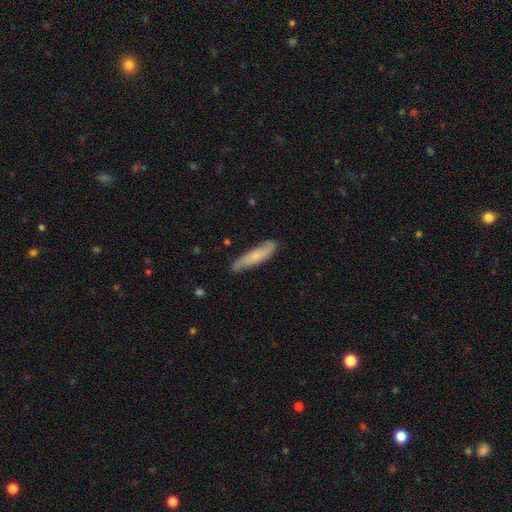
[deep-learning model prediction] A smooth galaxy with no disk features (66%) that is cigar-shaped (79%). Merging: none (81%).